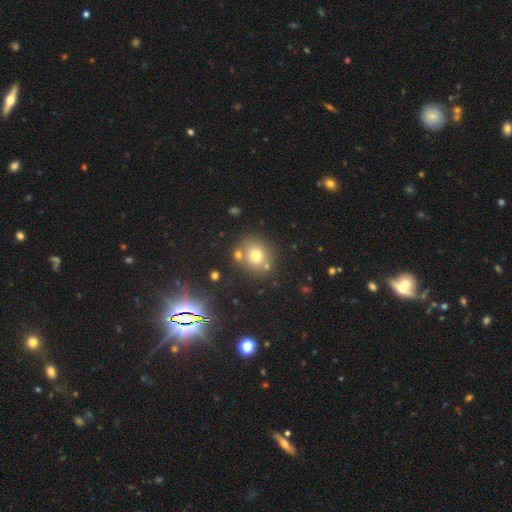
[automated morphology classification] Smooth or featured? Predicted: smooth (p=0.71). How rounded? Predicted: round (p=0.80). Merging? Predicted: none (p=0.72).